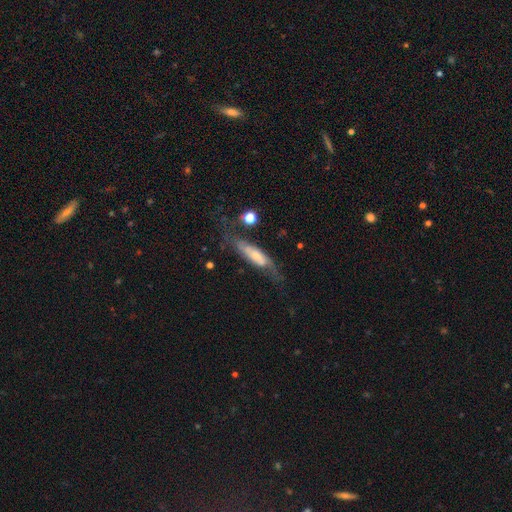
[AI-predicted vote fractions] smooth_or_featured: featured or disk (p=0.61) [alt: smooth p=0.32]
disk_edge_on: no (p=0.70) [alt: yes p=0.30]
merging: none (p=0.52) [alt: minor disturbance p=0.24]